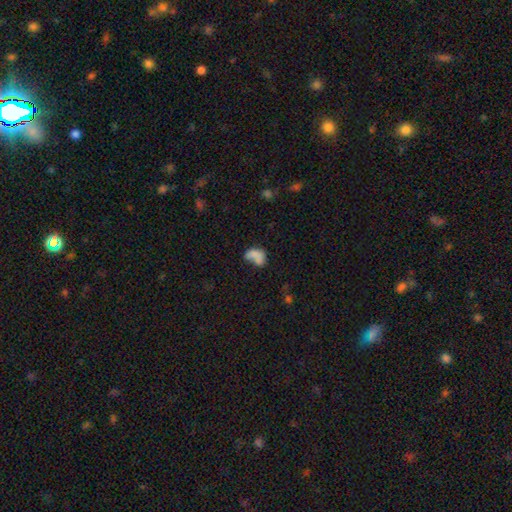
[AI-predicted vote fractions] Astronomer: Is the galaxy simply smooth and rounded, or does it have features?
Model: smooth — 67%.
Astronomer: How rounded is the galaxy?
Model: in between — 81%.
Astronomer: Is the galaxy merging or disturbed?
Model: merger — 28% (runner-up: none, 26%).